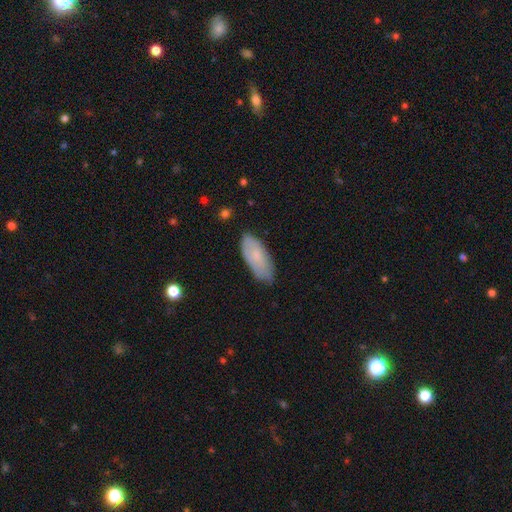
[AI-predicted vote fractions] Smooth or featured? smooth (71%)
How rounded? in between (84%)
Merging? none (78%)